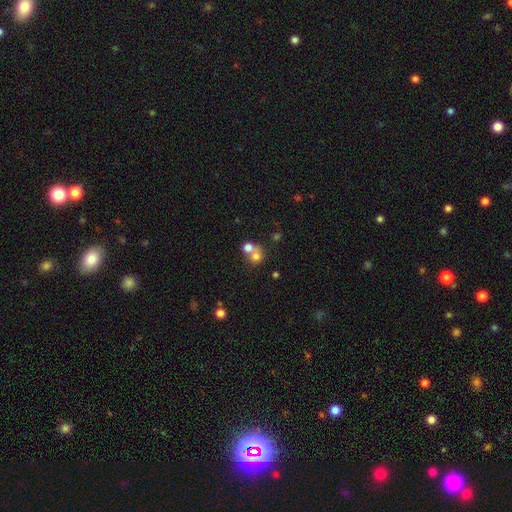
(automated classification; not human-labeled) smooth-or-featured: smooth: 70% | featured or disk: 16% | star or artifact: 14%
  how-rounded: round: 77% | in between: 22% | cigar-shaped: 1%
  merging: merger: 57% | none: 34% | minor disturbance: 6% | major disturbance: 4%